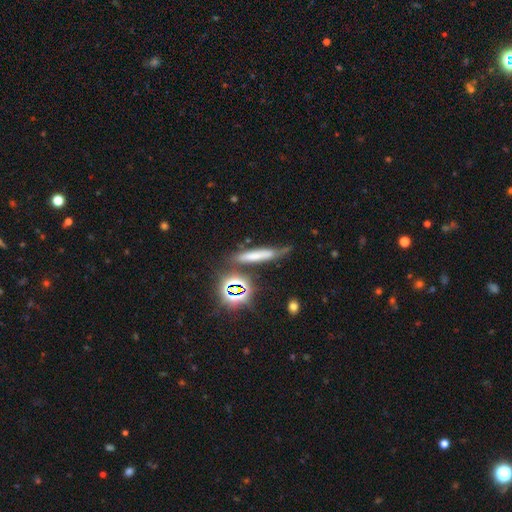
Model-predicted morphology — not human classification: Overall: smooth (56%; star or artifact 23%). How rounded: cigar-shaped (81%). Merging: none (61%; minor disturbance 22%).